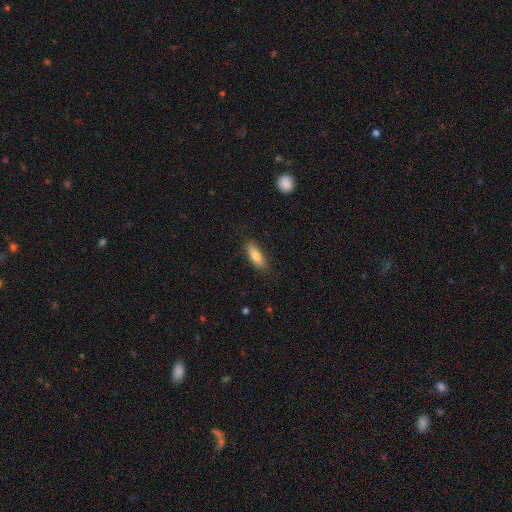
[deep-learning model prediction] A smooth galaxy with no disk features (78%) that is in between round and cigar-shaped (64%). Merging: none (84%).